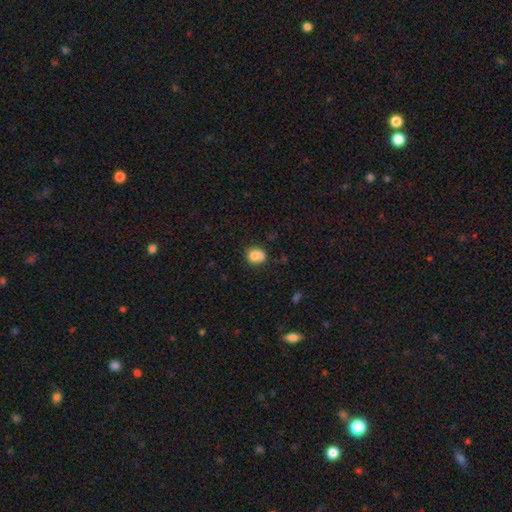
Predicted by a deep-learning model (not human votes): The model was most divided on "merging": none: 51%, minor disturbance: 22%, merger: 20%, major disturbance: 7%. More confident: smooth or featured — smooth (79%); how rounded — round (70%).